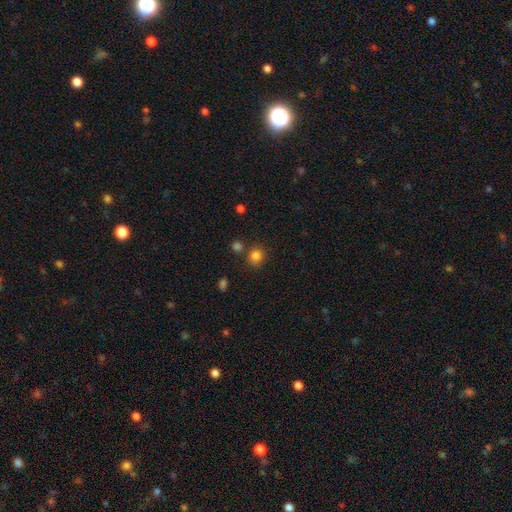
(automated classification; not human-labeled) Overall: smooth (83%). How rounded: round (80%). Merging: none (78%).